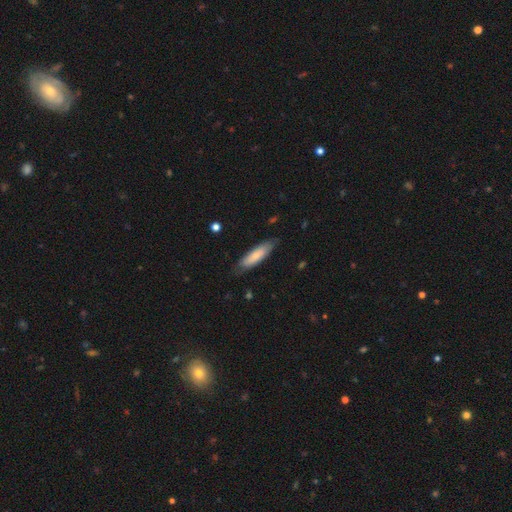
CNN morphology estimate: Smooth or featured: smooth — 76% (featured or disk — 19%)
How rounded: cigar-shaped — 59% (in between — 40%)
Merging: none — 75% (minor disturbance — 20%)